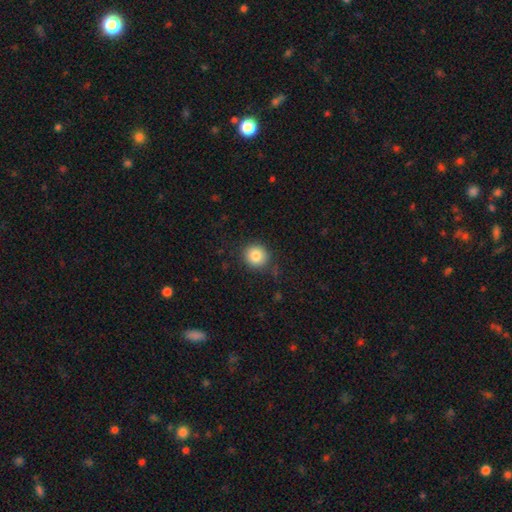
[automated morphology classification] Smooth or featured: smooth — 84% (star or artifact — 10%)
How rounded: round — 90% (in between — 9%)
Merging: none — 87% (minor disturbance — 9%)